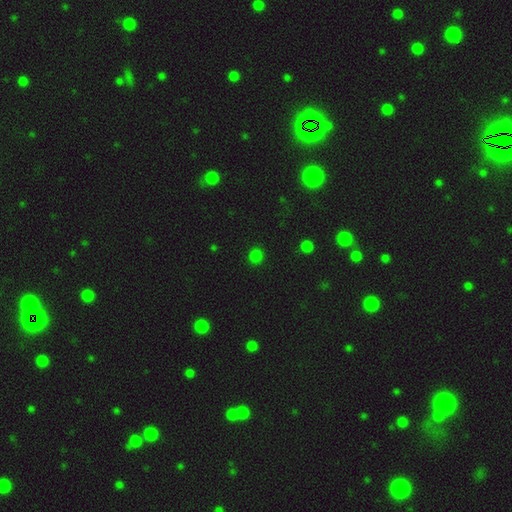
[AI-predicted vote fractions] This appears to be a smooth galaxy with no disk features (80%) that is round (90%). Merging: none (91%).